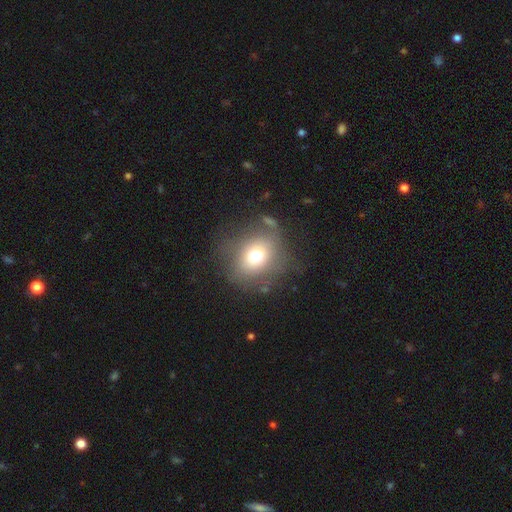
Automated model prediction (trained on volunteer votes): Smooth or featured? Predicted: smooth (p=0.68). How rounded? Predicted: round (p=0.69). Merging? Predicted: none (p=0.66).